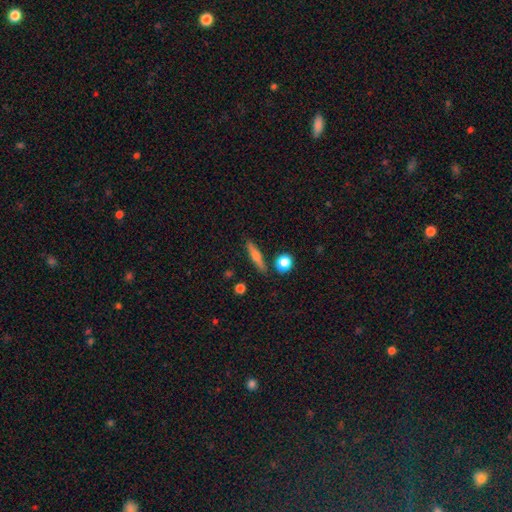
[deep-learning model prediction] Smooth or featured? Predicted: smooth (p=0.50). Merging? Predicted: none (p=0.85).